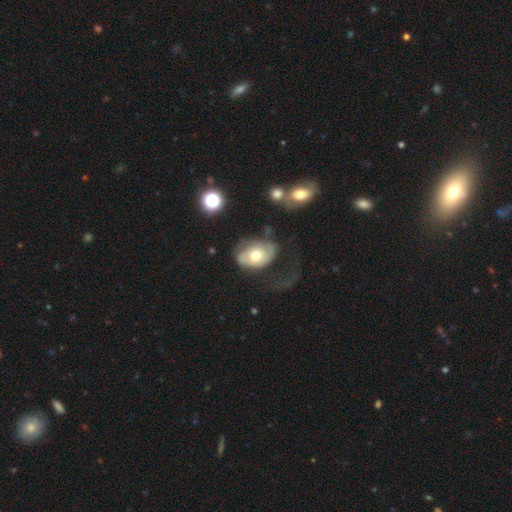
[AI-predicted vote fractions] A smooth galaxy with no disk features (47%).

Vote fractions:
- Smooth or featured? smooth: 47% / featured or disk: 46% / star or artifact: 8%
- Merging? major disturbance: 46% / none: 27% / minor disturbance: 21% / merger: 6%